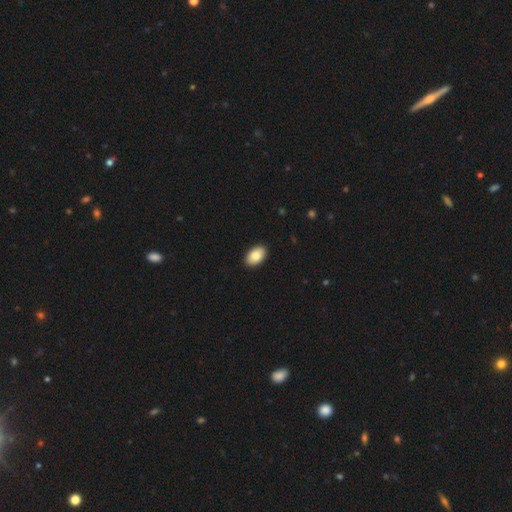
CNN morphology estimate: smooth-or-featured: smooth: 86% | featured or disk: 7% | star or artifact: 7%
  how-rounded: in between: 93% | round: 6% | cigar-shaped: 1%
  merging: none: 91% | minor disturbance: 6% | major disturbance: 2% | merger: 1%